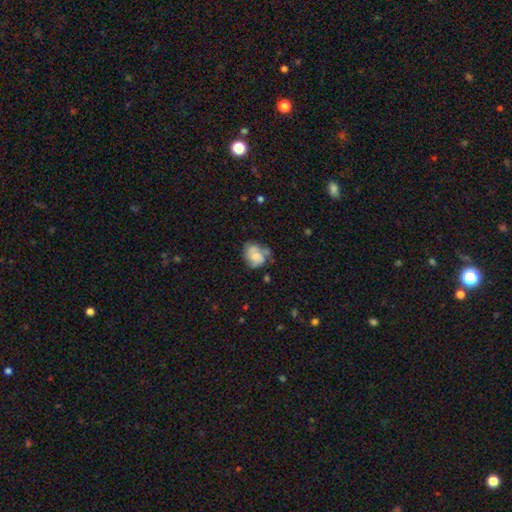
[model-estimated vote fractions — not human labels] Smooth or featured: smooth — 46% (featured or disk — 45%)
Merging: none — 39% (minor disturbance — 29%)